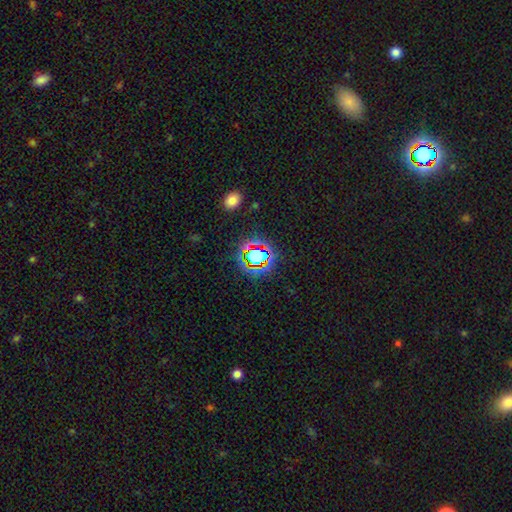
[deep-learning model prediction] Smooth or featured: star or artifact — 65% (smooth — 24%)